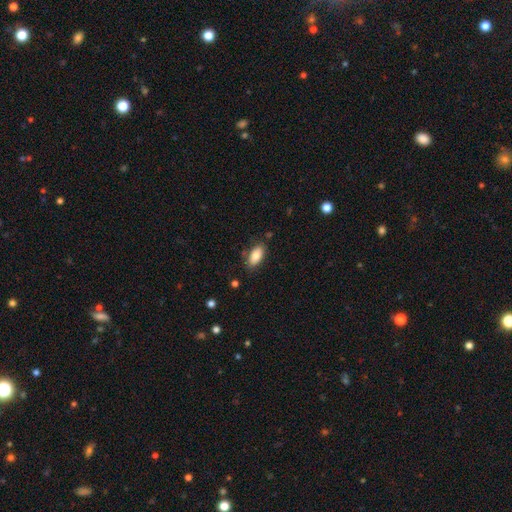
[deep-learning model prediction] The model was most divided on "merging": none: 80%, minor disturbance: 14%, major disturbance: 3%, merger: 2%. More confident: how rounded — in between (92%); smooth or featured — smooth (83%).